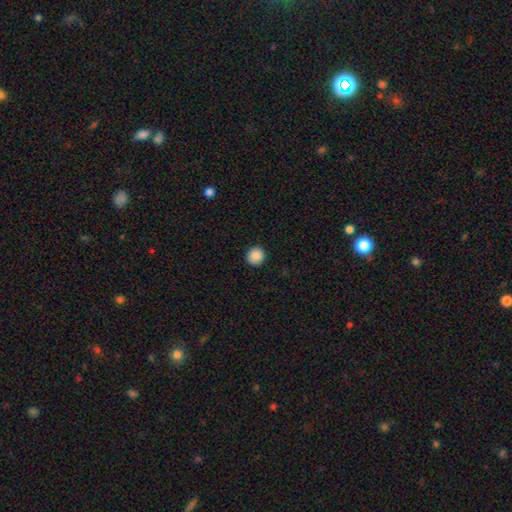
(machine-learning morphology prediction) type=smooth (89%); roundness=round (90%); merging=none (92%).